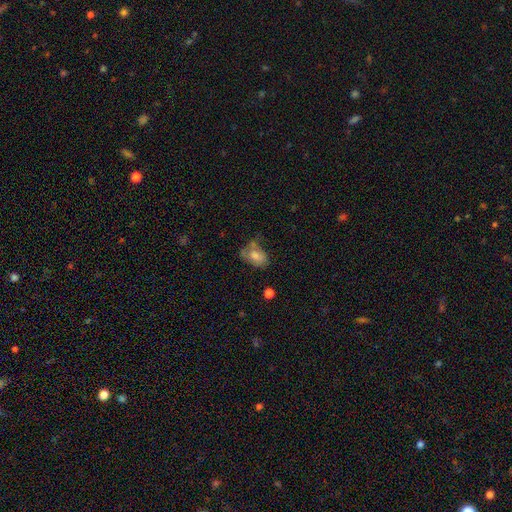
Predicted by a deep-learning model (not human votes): The model was most divided on "merging": none: 33%, minor disturbance: 29%, major disturbance: 23%, merger: 15%. More confident: how rounded — in between (82%); smooth or featured — smooth (68%).